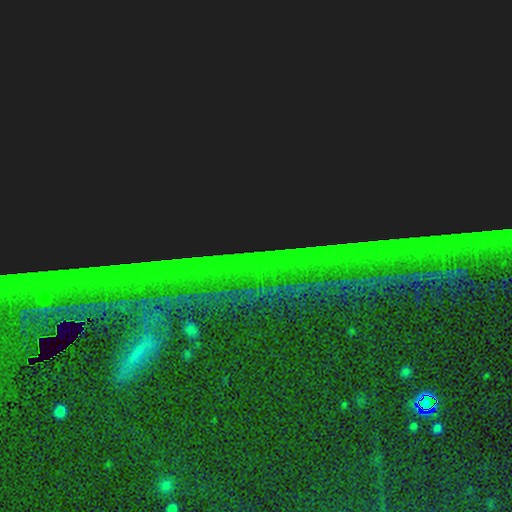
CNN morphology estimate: Smooth or featured? star or artifact (86%)